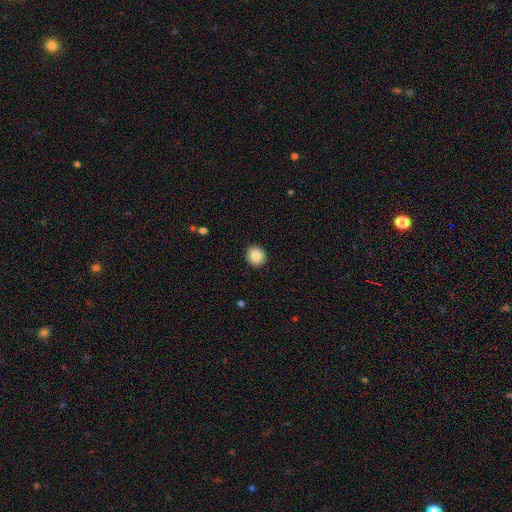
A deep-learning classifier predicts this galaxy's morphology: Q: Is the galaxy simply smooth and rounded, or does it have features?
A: smooth — 85%.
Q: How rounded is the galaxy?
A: round — 85%.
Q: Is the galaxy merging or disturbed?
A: none — 92%.